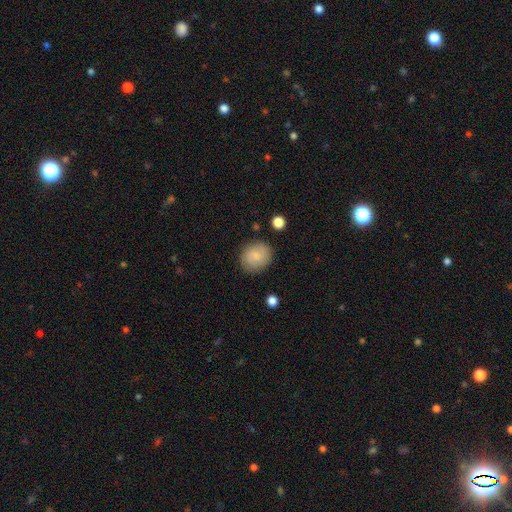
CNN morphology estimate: Q: Smooth or featured?
A: smooth (77%); runner-up: featured or disk (16%)
Q: How rounded?
A: round (70%); runner-up: in between (29%)
Q: Merging?
A: none (83%); runner-up: minor disturbance (12%)